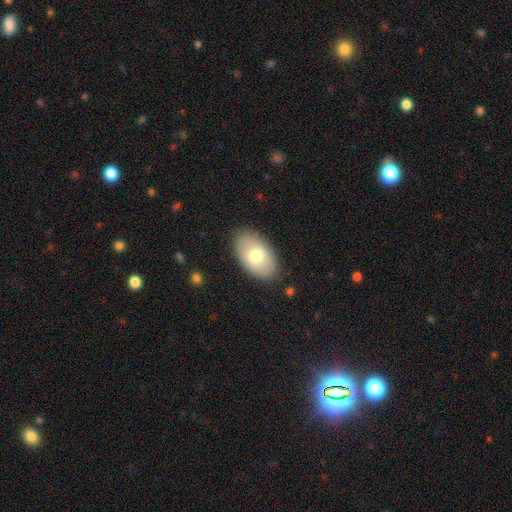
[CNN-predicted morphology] The model was most divided on "smooth or featured": smooth: 71%, featured or disk: 22%, star or artifact: 6%. More confident: how rounded — in between (94%); merging — none (85%).